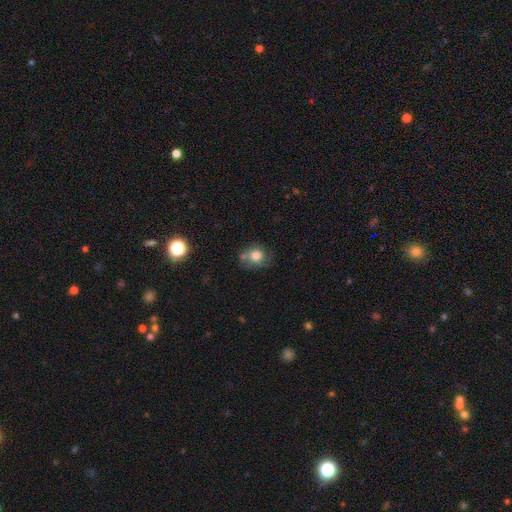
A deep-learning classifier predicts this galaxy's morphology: smooth_or_featured: smooth (p=0.71) [alt: featured or disk p=0.18]
how_rounded: round (p=0.68) [alt: in between p=0.31]
merging: none (p=0.49) [alt: minor disturbance p=0.25]